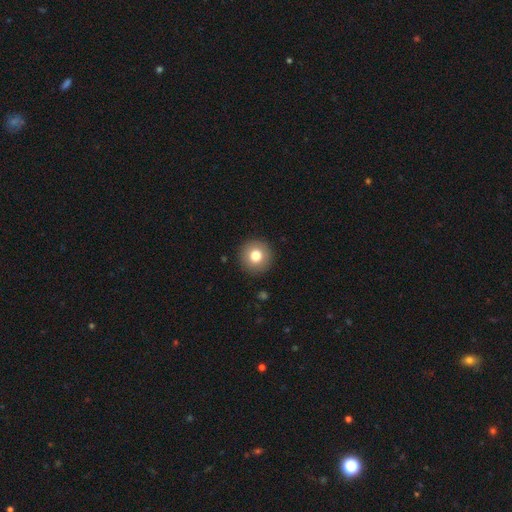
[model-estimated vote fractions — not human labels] smooth 79%, featured or disk 11%, star or artifact 10%. Down the decision tree: how rounded — round (95%); merging — none (92%).